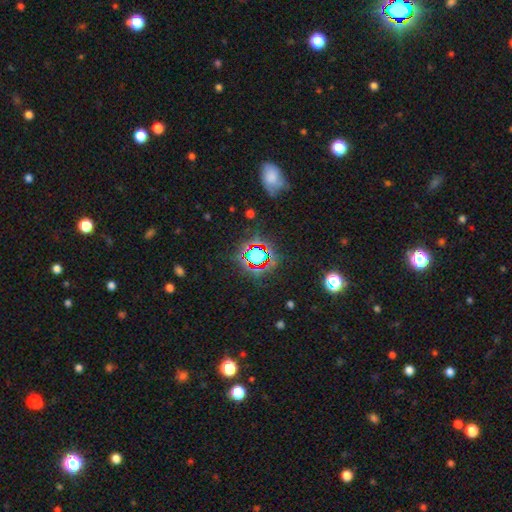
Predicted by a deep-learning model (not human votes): star or artifact 73%, smooth 17%, featured or disk 10%.